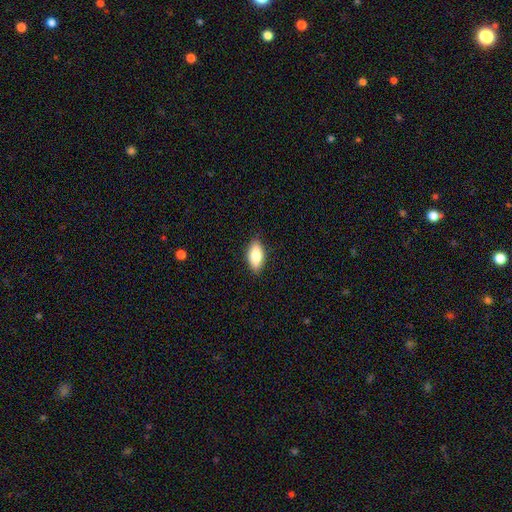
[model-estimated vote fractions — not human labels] The model was most divided on "smooth or featured": smooth: 80%, featured or disk: 13%, star or artifact: 7%. More confident: how rounded — in between (88%); merging — none (88%).